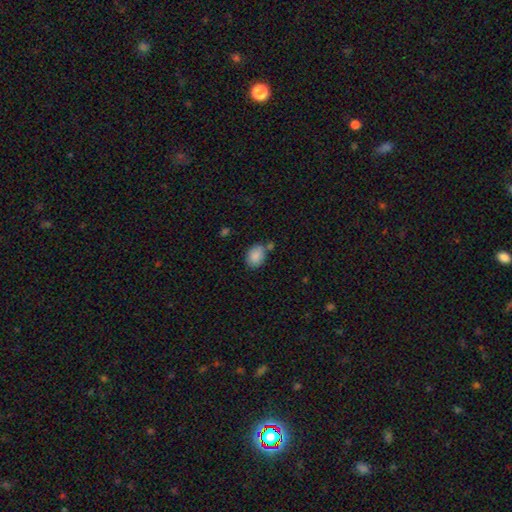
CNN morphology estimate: Smooth or featured: smooth — 87% (star or artifact — 8%)
How rounded: in between — 68% (round — 31%)
Merging: none — 66% (minor disturbance — 18%)